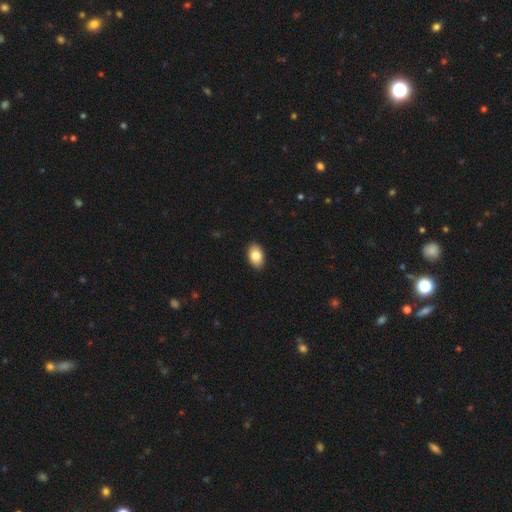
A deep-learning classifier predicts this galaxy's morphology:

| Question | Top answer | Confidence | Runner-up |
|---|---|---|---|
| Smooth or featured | smooth | 83% | featured or disk (10%) |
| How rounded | in between | 90% | round (8%) |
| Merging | none | 90% | minor disturbance (7%) |